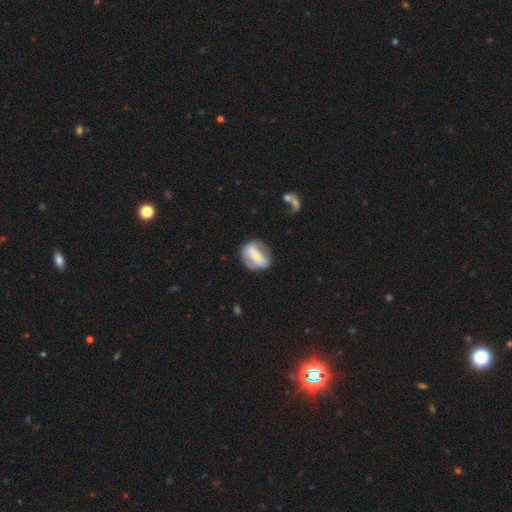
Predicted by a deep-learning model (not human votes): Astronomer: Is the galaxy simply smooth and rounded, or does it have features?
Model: featured or disk — 56% (runner-up: smooth, 38%).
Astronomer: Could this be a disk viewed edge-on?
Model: no — 89%.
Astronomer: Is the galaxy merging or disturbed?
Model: none — 70%.